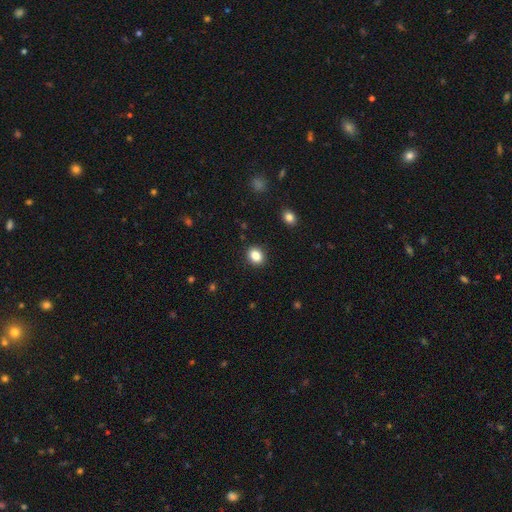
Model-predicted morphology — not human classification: smooth 85%, star or artifact 10%, featured or disk 5%. Down the decision tree: how rounded — round (52%); merging — none (90%).